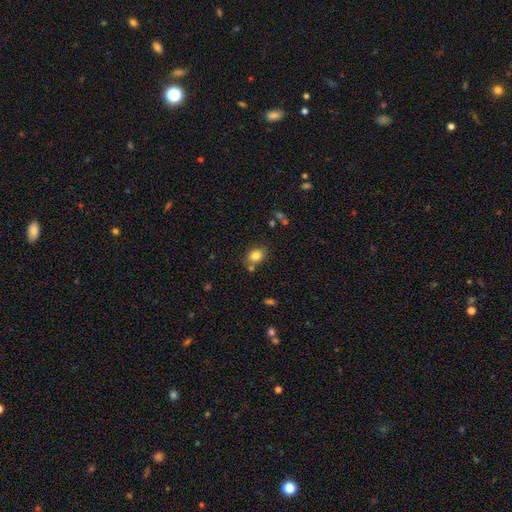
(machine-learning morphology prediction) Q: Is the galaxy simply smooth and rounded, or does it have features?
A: smooth — 82%.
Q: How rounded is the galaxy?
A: in between — 62%.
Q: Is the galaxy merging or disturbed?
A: none — 70%.